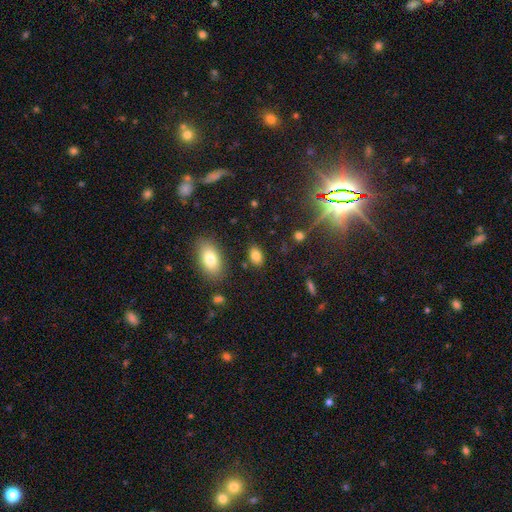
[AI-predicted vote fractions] Smooth or featured? Predicted: smooth (p=0.82). How rounded? Predicted: in between (p=0.87). Merging? Predicted: none (p=0.82).